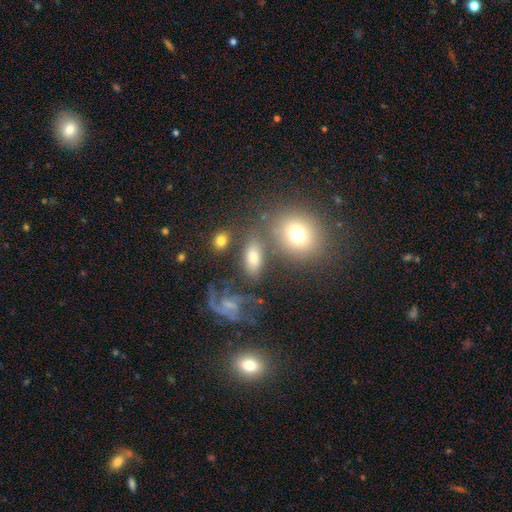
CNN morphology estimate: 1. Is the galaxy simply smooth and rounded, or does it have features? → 57% smooth, 31% star or artifact, 12% featured or disk.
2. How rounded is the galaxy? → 69% round, 29% in between, 1% cigar-shaped.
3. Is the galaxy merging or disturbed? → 68% none, 18% merger, 10% minor disturbance, 5% major disturbance.